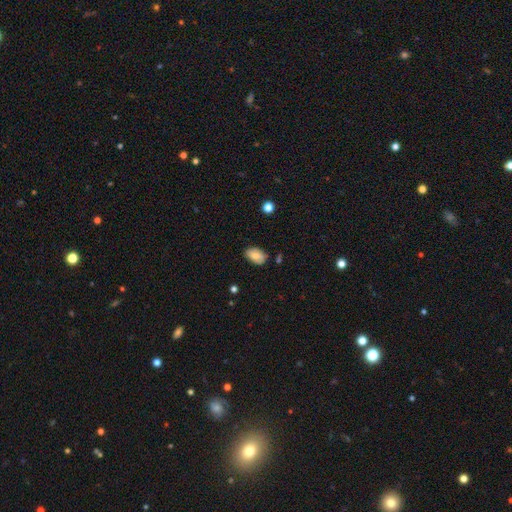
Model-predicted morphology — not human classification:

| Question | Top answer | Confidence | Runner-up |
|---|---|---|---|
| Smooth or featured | smooth | 70% | featured or disk (22%) |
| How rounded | in between | 91% | round (8%) |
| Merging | none | 74% | minor disturbance (20%) |